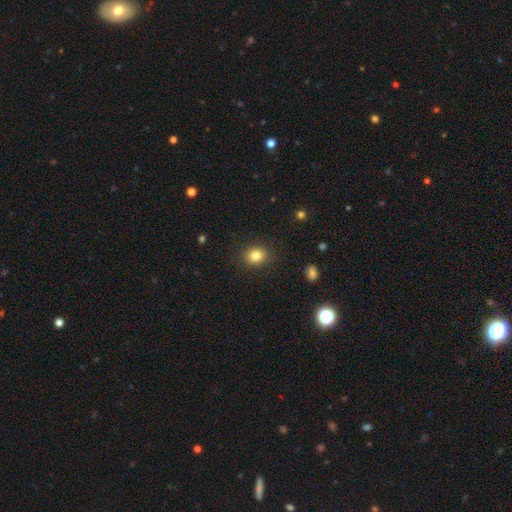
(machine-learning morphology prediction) Smooth or featured? smooth (83%)
How rounded? round (68%)
Merging? none (88%)